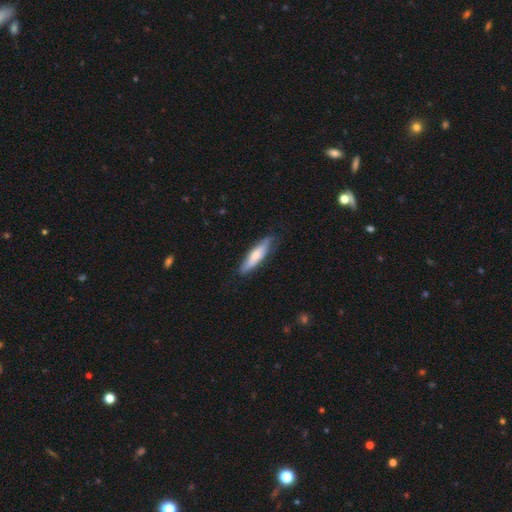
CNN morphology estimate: This is likely a smooth galaxy (63%). How rounded: likely cigar-shaped (72%). Merging: likely none (76%).